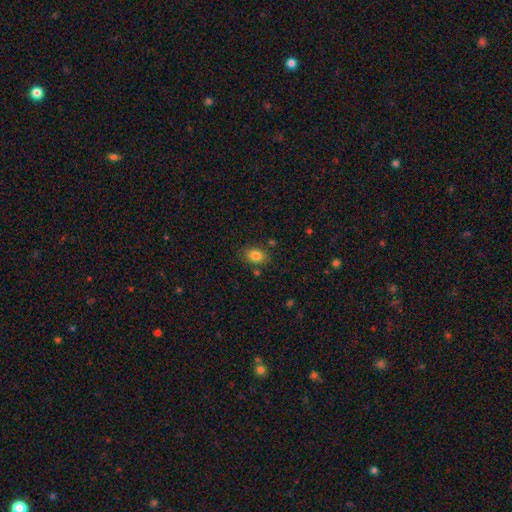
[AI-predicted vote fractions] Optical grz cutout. It shows a smooth galaxy with no disk features (83%) that is in between round and cigar-shaped (76%). Merging: none (77%).